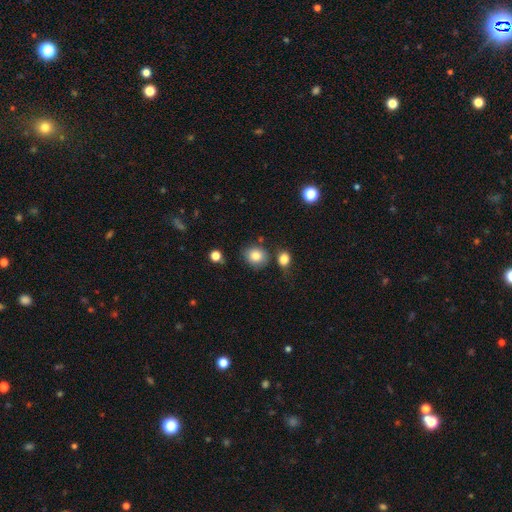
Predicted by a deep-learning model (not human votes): The model was most divided on "how rounded": round: 75%, in between: 24%, cigar-shaped: 1%. More confident: smooth or featured — smooth (83%); merging — none (74%).